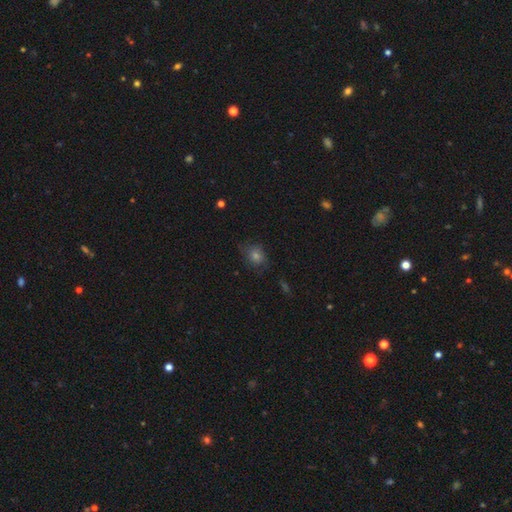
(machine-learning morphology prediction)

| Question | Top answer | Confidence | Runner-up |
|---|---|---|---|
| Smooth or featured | smooth | 58% | star or artifact (25%) |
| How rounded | round | 66% | in between (33%) |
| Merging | none | 73% | minor disturbance (18%) |